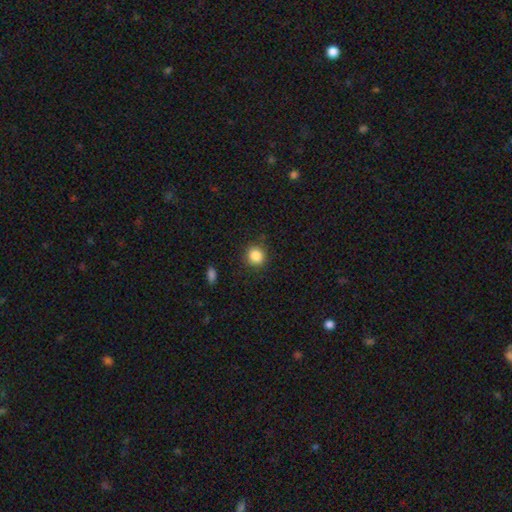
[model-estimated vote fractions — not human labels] Morphology: type=smooth (86%); roundness=round (87%); merging=none (87%).